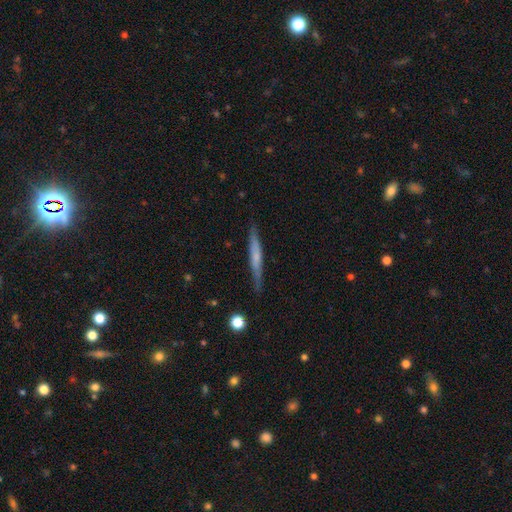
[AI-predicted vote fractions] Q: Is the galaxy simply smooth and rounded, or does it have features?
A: featured or disk — 48%.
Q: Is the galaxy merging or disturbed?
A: none — 84%.